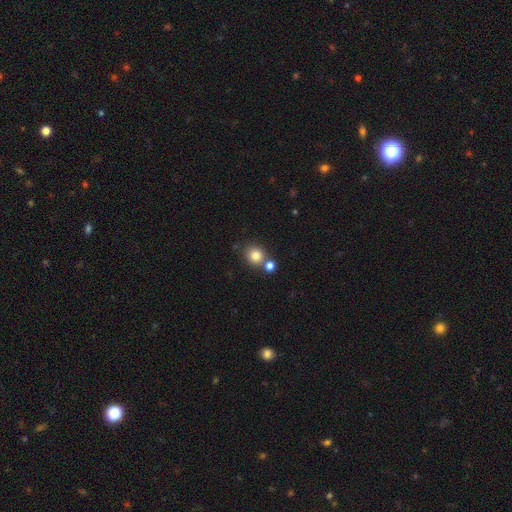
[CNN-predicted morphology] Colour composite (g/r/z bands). It shows a smooth galaxy with no disk features (82%) that is round (84%). Merging: none (64%).